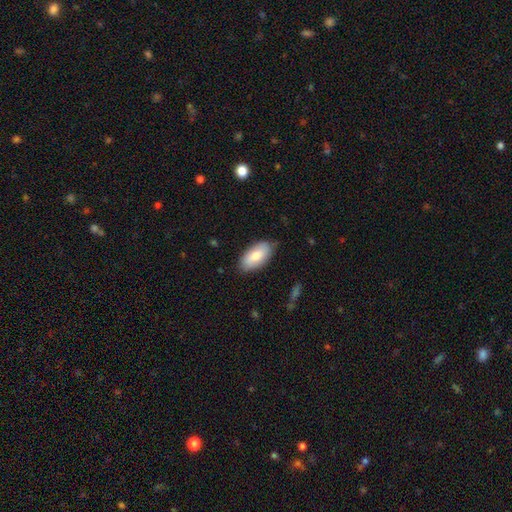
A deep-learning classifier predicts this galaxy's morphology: smooth_or_featured: smooth (p=0.78) [alt: featured or disk p=0.16]
how_rounded: in between (p=0.93) [alt: cigar-shaped p=0.04]
merging: none (p=0.79) [alt: minor disturbance p=0.17]